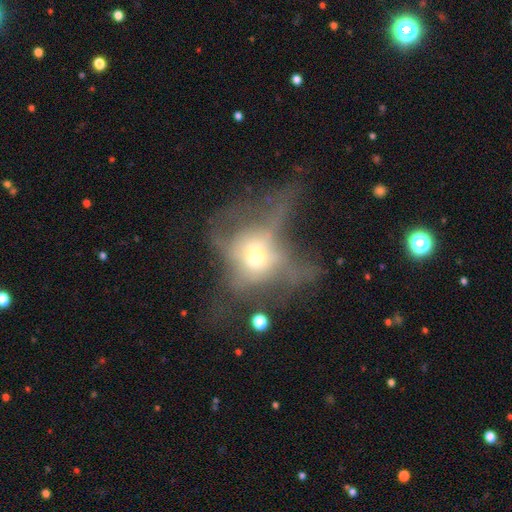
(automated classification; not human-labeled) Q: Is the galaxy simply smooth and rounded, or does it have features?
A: featured or disk — 51%.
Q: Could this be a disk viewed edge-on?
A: no — 82%.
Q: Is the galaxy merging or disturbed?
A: major disturbance — 59%.